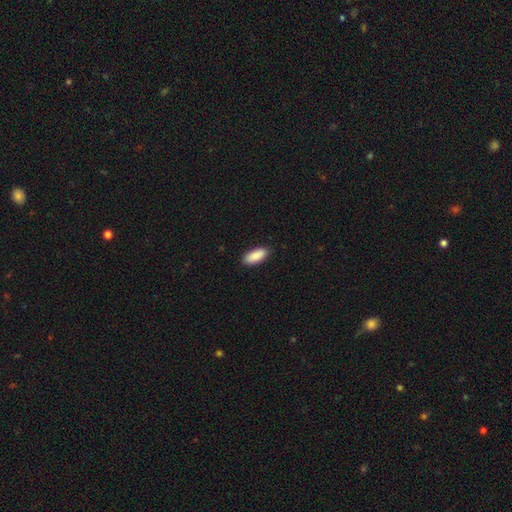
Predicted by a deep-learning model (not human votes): A smooth galaxy with no disk features (90%) that is in between round and cigar-shaped (84%). Merging: none (89%).